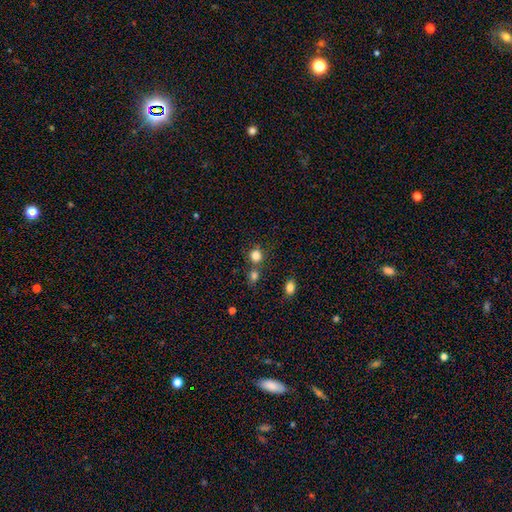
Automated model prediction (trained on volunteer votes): This appears to be a smooth galaxy with no disk features (83%) that is round (86%). Merging: none (67%).